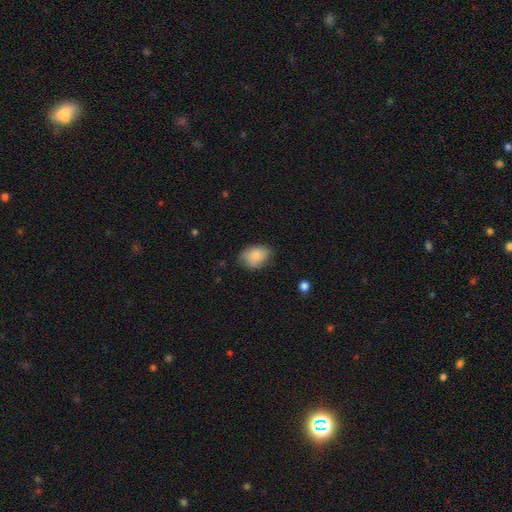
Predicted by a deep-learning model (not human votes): smooth_or_featured: smooth (p=0.83) [alt: featured or disk p=0.10]
how_rounded: in between (p=0.78) [alt: round p=0.21]
merging: none (p=0.70) [alt: minor disturbance p=0.24]